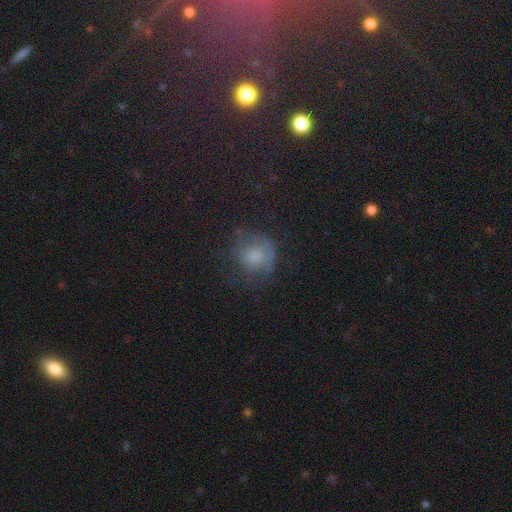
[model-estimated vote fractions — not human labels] This appears to be a smooth galaxy with no disk features (57%) that is round (84%). Merging: none (56%).